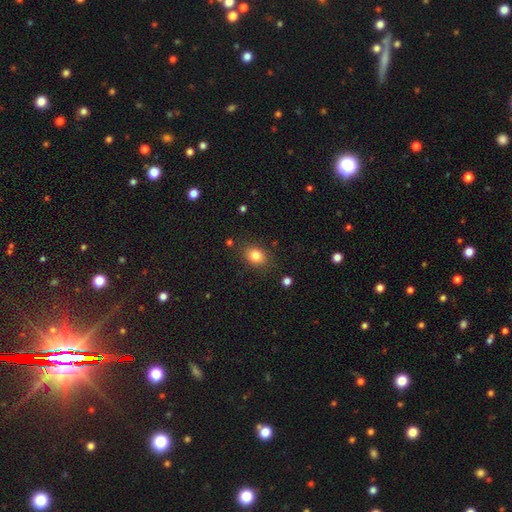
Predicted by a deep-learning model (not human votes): This appears to be a smooth galaxy with no disk features (82%) that is in between round and cigar-shaped (59%). Merging: none (84%).